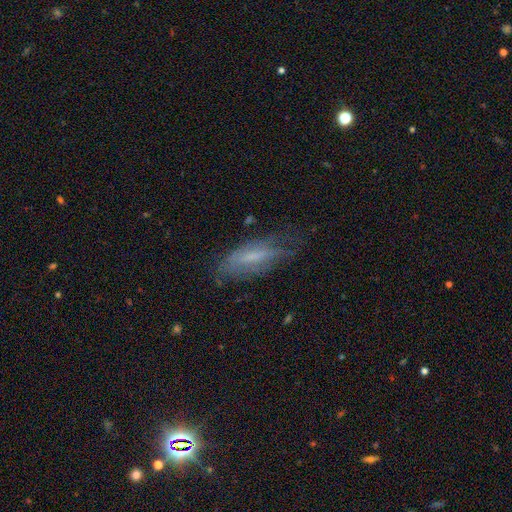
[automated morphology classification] featured or disk 44%, smooth 41%, star or artifact 15%. Down the decision tree: merging — none (65%).